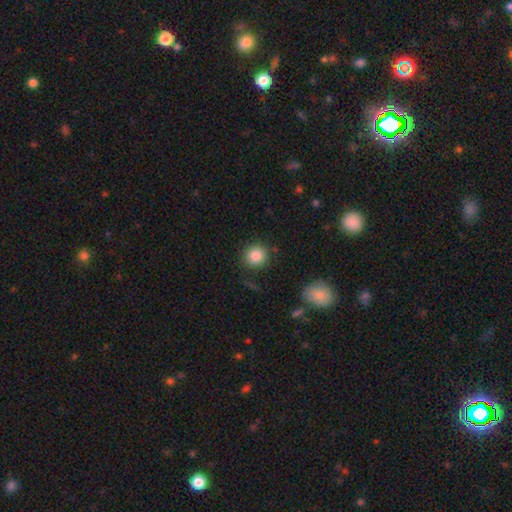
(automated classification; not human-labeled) smooth-or-featured: smooth: 85% | star or artifact: 9% | featured or disk: 6%
  how-rounded: round: 91% | in between: 8% | cigar-shaped: 1%
  merging: none: 84% | minor disturbance: 10% | major disturbance: 3% | merger: 3%